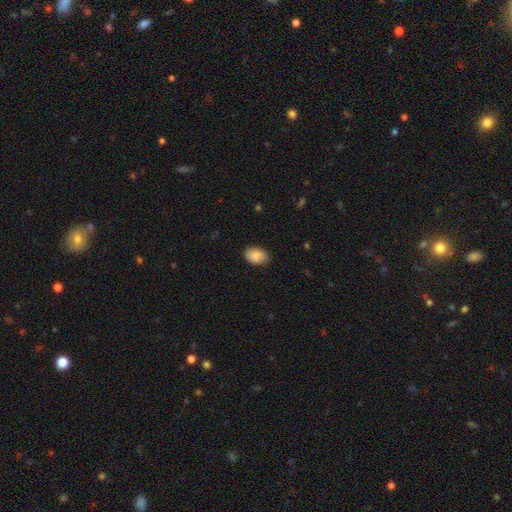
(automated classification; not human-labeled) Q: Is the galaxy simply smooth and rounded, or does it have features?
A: smooth — 86%.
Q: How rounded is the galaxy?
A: in between — 81%.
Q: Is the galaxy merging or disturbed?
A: none — 84%.